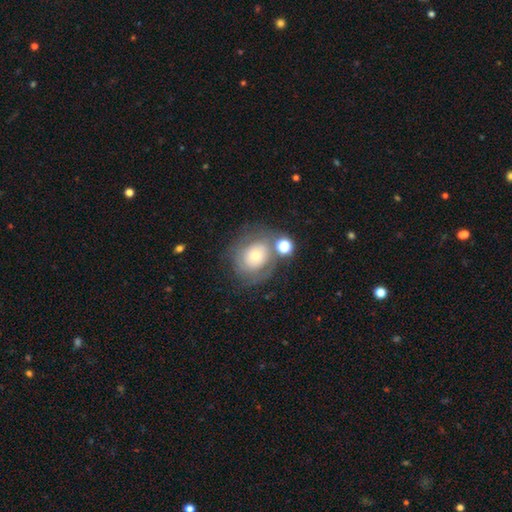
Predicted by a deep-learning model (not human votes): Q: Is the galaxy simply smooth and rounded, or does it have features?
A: smooth — 46%.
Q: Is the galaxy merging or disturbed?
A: none — 57%.